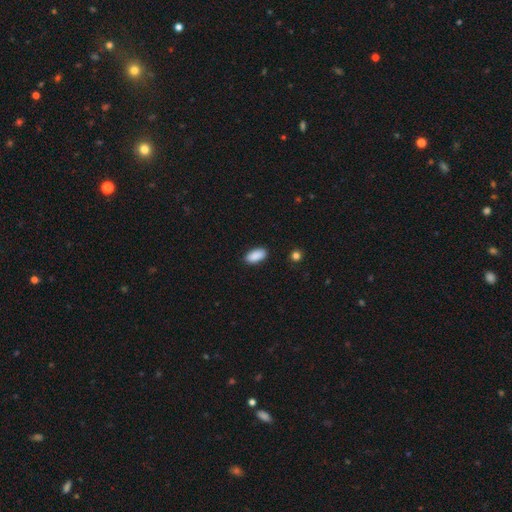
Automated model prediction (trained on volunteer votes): A smooth galaxy with no disk features (90%) that is in between round and cigar-shaped (91%). Merging: none (88%).